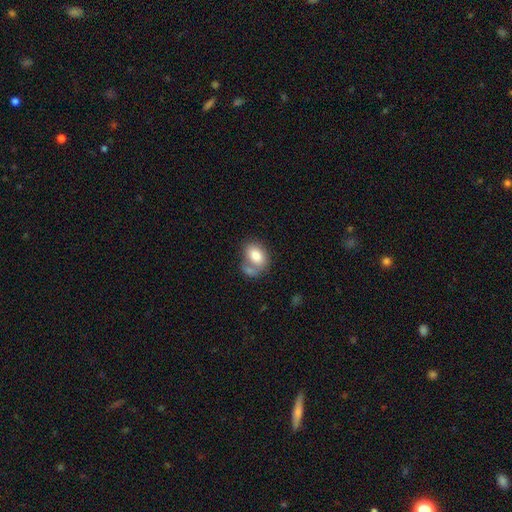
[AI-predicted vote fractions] smooth-or-featured: smooth: 79% | featured or disk: 14% | star or artifact: 7%
  how-rounded: in between: 78% | round: 20% | cigar-shaped: 1%
  merging: none: 36% (tied) | merger: 36% (tied) | minor disturbance: 16% | major disturbance: 12%